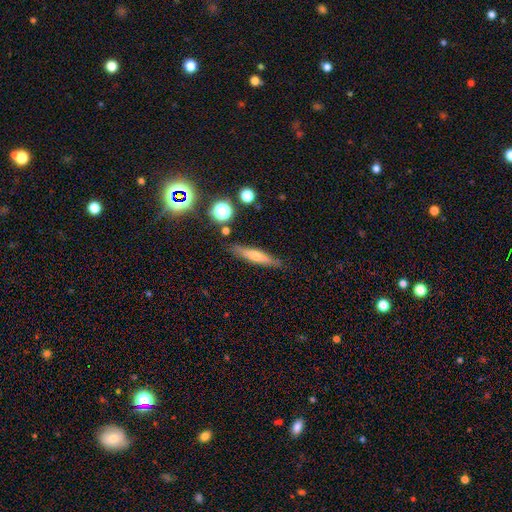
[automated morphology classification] Smooth or featured?
  - featured or disk: 48% *
  - smooth: 42%
  - star or artifact: 11%
Merging?
  - none: 86% *
  - minor disturbance: 10%
  - major disturbance: 2%
  - merger: 2%